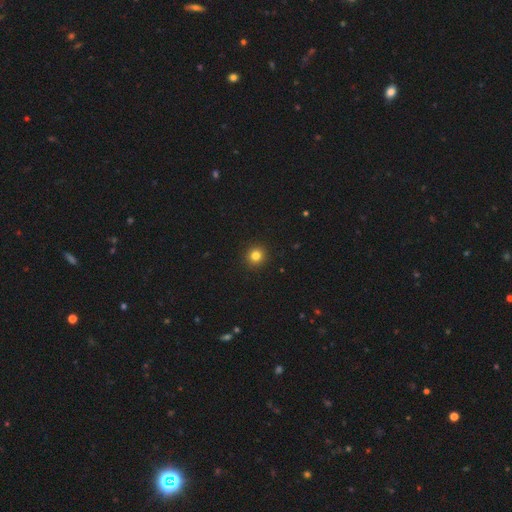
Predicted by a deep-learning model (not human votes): Smooth or featured: smooth — 82% (star or artifact — 13%)
How rounded: round — 92% (in between — 7%)
Merging: none — 93% (minor disturbance — 4%)